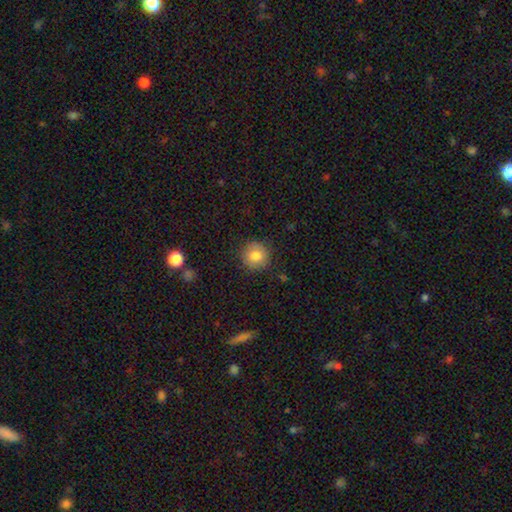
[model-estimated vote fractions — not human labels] This is clearly a smooth galaxy (81%). How rounded: clearly round (92%). Merging: clearly none (87%).